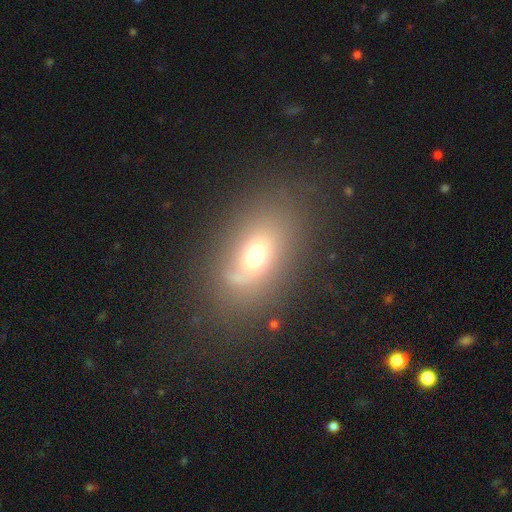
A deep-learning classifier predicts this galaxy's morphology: Smooth or featured? smooth (55%)
How rounded? in between (79%)
Merging? none (67%)